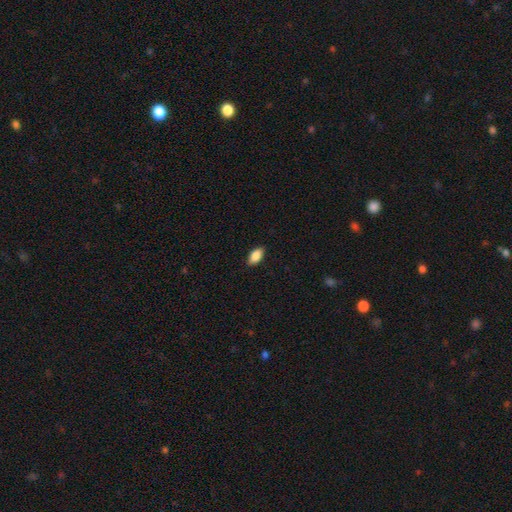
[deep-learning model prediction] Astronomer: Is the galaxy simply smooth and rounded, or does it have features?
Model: smooth — 89%.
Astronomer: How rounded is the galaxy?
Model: in between — 93%.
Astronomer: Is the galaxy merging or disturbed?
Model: none — 88%.